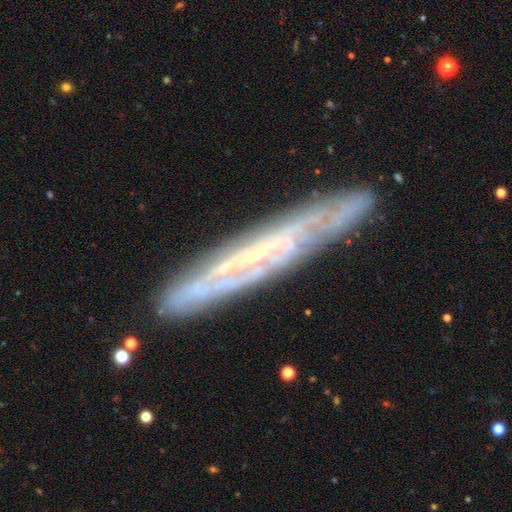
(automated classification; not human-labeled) The model was most divided on "edge-on disk": yes: 66%, no: 34%. More confident: merging — none (82%); smooth or featured — featured or disk (76%); edge-on bulge — none (74%).